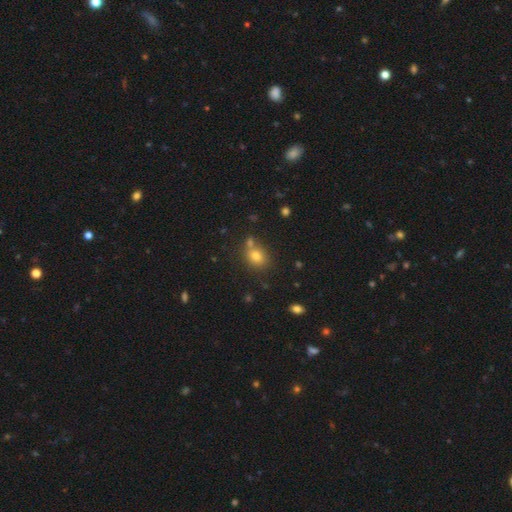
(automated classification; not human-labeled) Smooth or featured? smooth (75%)
How rounded? round (61%)
Merging? none (64%)